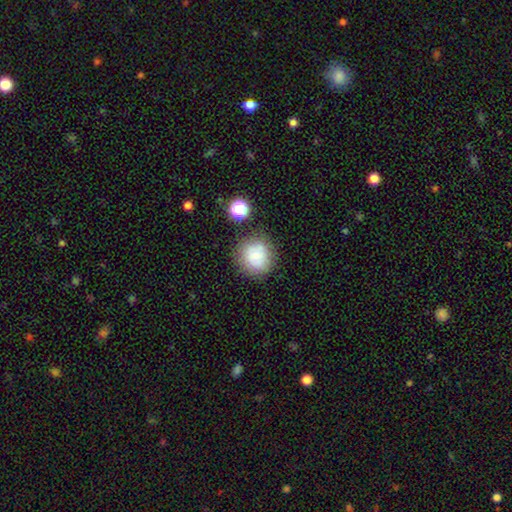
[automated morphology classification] Q: Smooth or featured?
A: smooth (75%); runner-up: featured or disk (14%)
Q: How rounded?
A: round (90%); runner-up: in between (10%)
Q: Merging?
A: none (73%); runner-up: minor disturbance (15%)